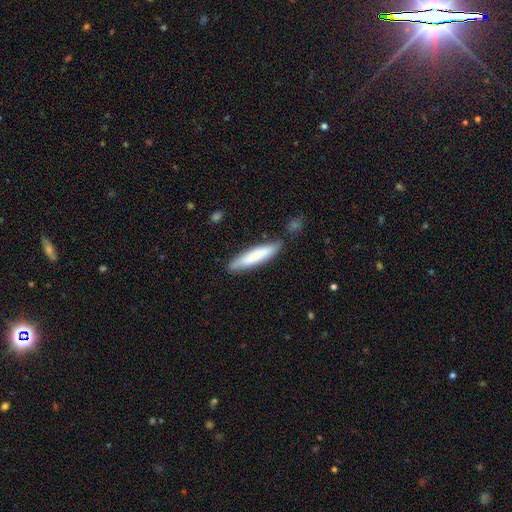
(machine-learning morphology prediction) Smooth or featured? smooth (74%)
How rounded? cigar-shaped (81%)
Merging? none (76%)